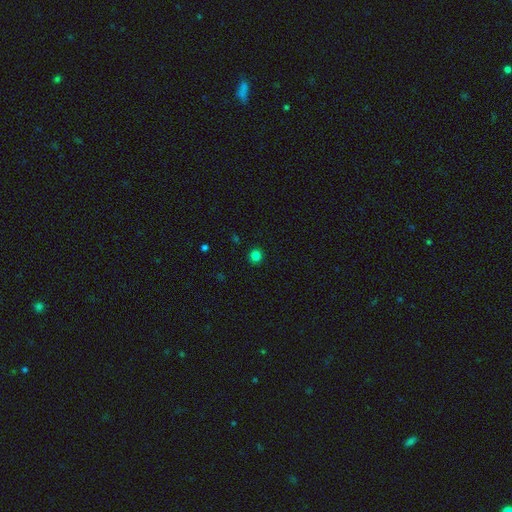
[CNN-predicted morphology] type=smooth (82%); roundness=round (92%); merging=none (92%).